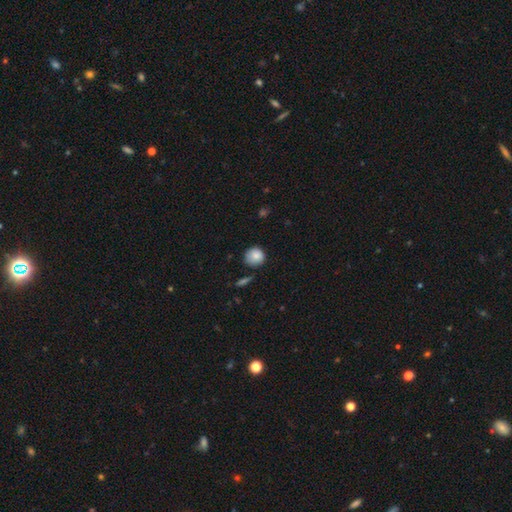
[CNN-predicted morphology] Smooth or featured: smooth — 84% (star or artifact — 8%)
How rounded: round — 90% (in between — 9%)
Merging: none — 67% (minor disturbance — 24%)